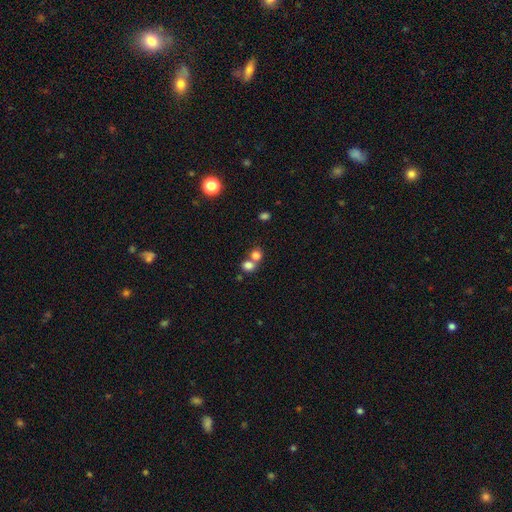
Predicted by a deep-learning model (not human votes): Q: Smooth or featured?
A: smooth (78%); runner-up: star or artifact (13%)
Q: How rounded?
A: round (74%); runner-up: in between (25%)
Q: Merging?
A: merger (49%); runner-up: none (42%)